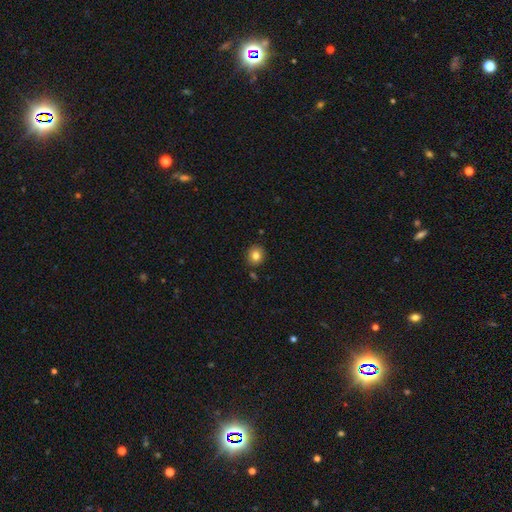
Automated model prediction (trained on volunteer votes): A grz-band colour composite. It shows a smooth galaxy with no disk features (81%) that is round (80%). Merging: none (86%).